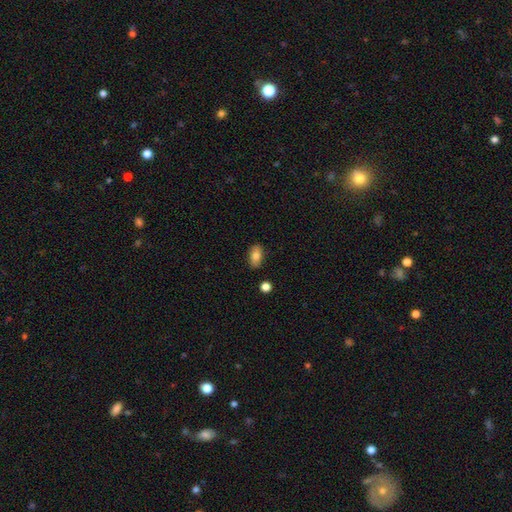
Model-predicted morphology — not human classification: smooth_or_featured: smooth (p=0.82) [alt: featured or disk p=0.11]
how_rounded: in between (p=0.89) [alt: round p=0.06]
merging: none (p=0.86) [alt: minor disturbance p=0.10]